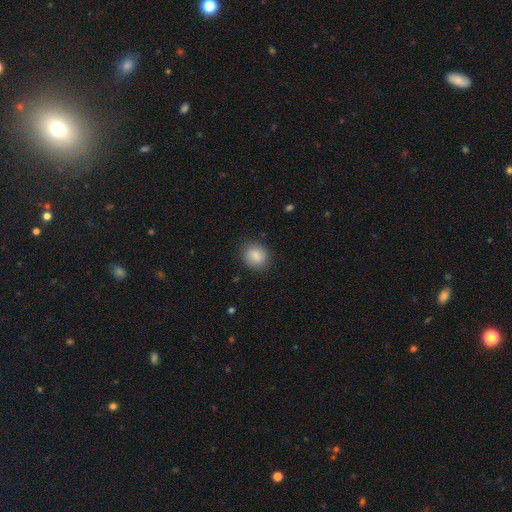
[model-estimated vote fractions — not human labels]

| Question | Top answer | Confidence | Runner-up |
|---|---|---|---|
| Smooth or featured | smooth | 87% | star or artifact (8%) |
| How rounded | round | 74% | in between (25%) |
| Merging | none | 86% | minor disturbance (10%) |